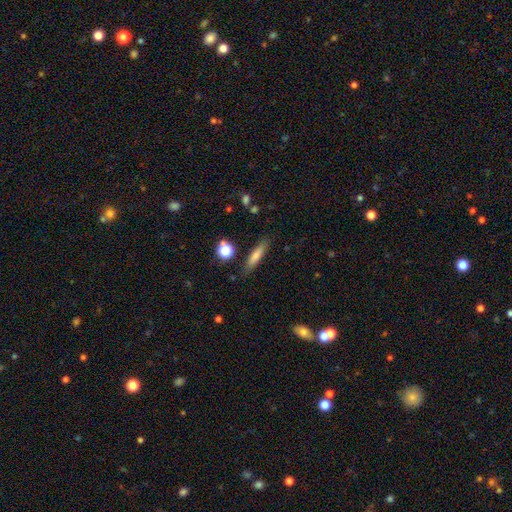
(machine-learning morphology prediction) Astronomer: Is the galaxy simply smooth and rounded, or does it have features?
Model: smooth — 70%.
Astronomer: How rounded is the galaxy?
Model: cigar-shaped — 81%.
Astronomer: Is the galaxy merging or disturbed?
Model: none — 83%.